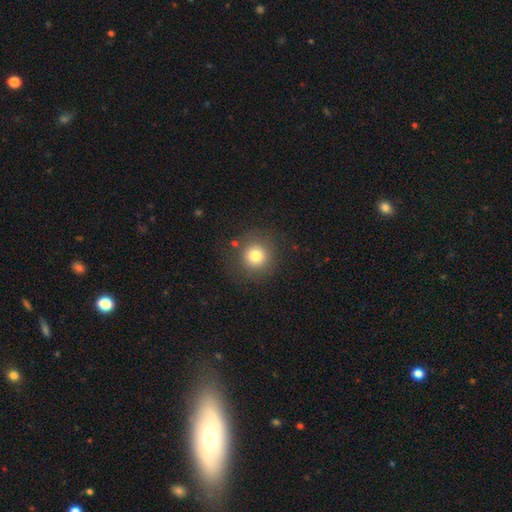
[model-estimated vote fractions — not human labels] smooth-or-featured: smooth: 79% | star or artifact: 12% | featured or disk: 9%
  how-rounded: round: 93% | in between: 6% | cigar-shaped: 1%
  merging: none: 84% | minor disturbance: 9% | major disturbance: 4% | merger: 2%